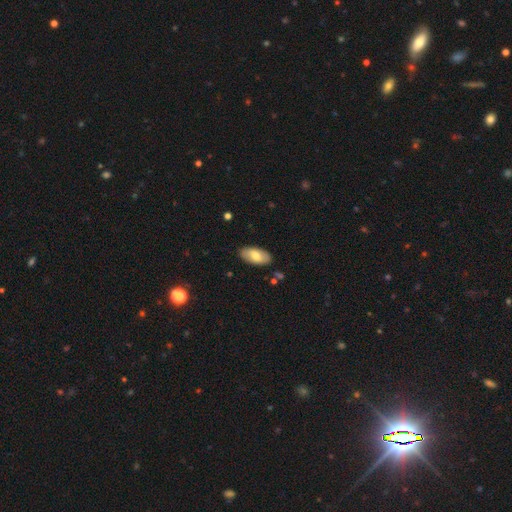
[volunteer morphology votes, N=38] Smooth or featured? 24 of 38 (63%) said smooth. How rounded? 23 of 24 (96%) said in between. Merging? 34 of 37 (92%) said none.